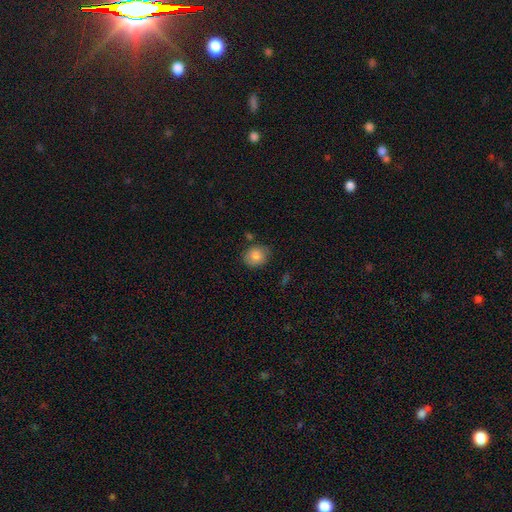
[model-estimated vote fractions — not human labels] Morphology: type=smooth (85%); roundness=round (70%); merging=none (76%).